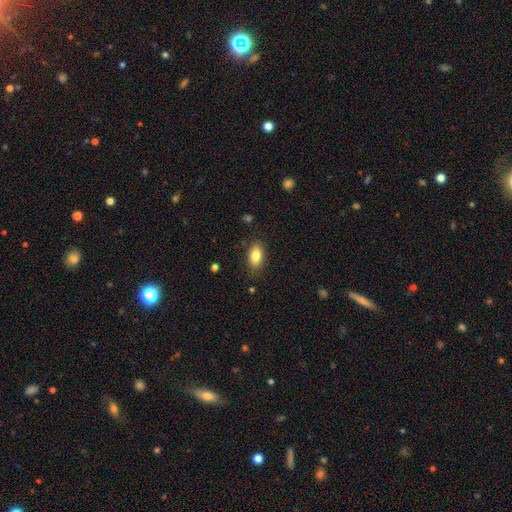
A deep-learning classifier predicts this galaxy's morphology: Q: Smooth or featured?
A: smooth (83%); runner-up: featured or disk (9%)
Q: How rounded?
A: in between (89%); runner-up: round (7%)
Q: Merging?
A: none (82%); runner-up: minor disturbance (13%)